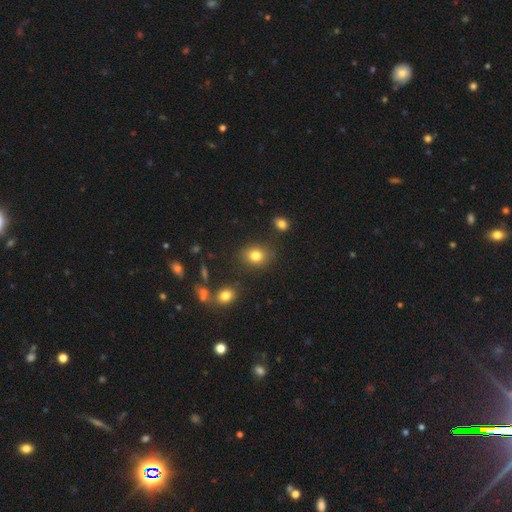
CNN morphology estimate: Smooth or featured?
  - smooth: 82% *
  - star or artifact: 11%
  - featured or disk: 7%
How rounded?
  - round: 61% *
  - in between: 38%
  - cigar-shaped: 1%
Merging?
  - none: 83% *
  - minor disturbance: 10%
  - major disturbance: 3%
  - merger: 3%